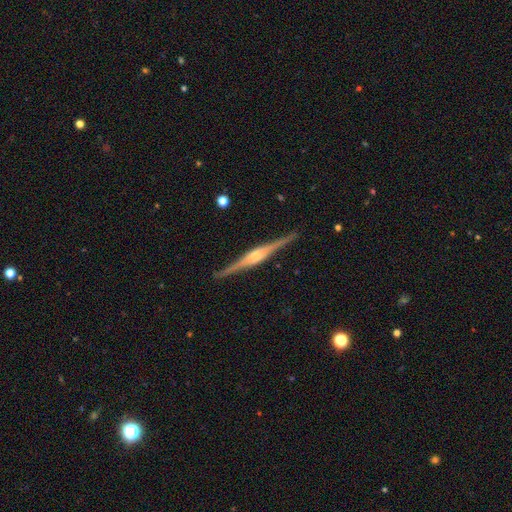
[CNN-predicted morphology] A featured or disk galaxy (86%) viewed edge-on (98%) with a rounded central bulge (74%).

Vote fractions:
- Smooth or featured? featured or disk: 86% / smooth: 9% / star or artifact: 5%
- Edge-on disk? yes: 98% / no: 2%
- Edge-on bulge? rounded: 74% / boxy: 21% / none: 5%
- Merging? none: 89% / minor disturbance: 8% / major disturbance: 2% / merger: 1%